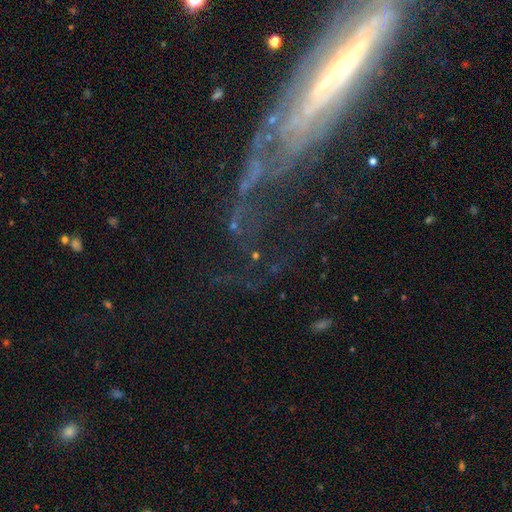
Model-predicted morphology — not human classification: smooth_or_featured: star or artifact (p=0.51) [alt: featured or disk p=0.34]